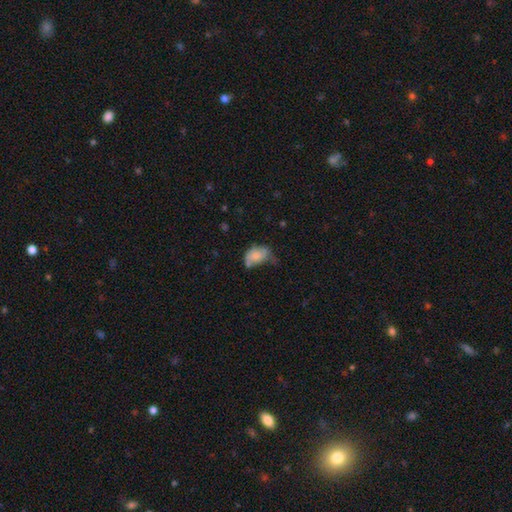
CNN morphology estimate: This appears to be a smooth galaxy with no disk features (59%) that is in between round and cigar-shaped (76%). Merging: minor disturbance (36%).